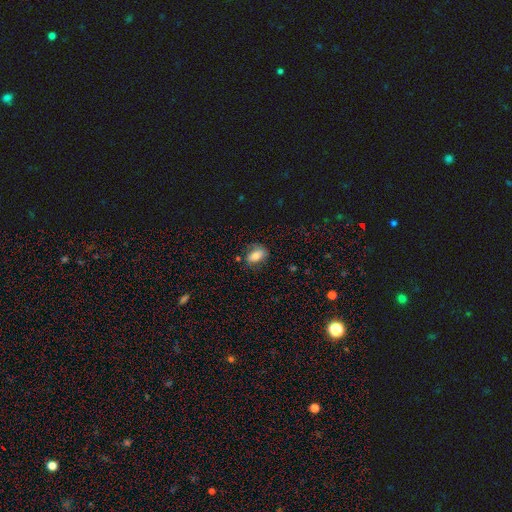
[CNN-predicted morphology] Smooth or featured: smooth — 75% (featured or disk — 16%)
How rounded: in between — 86% (round — 9%)
Merging: none — 71% (minor disturbance — 21%)